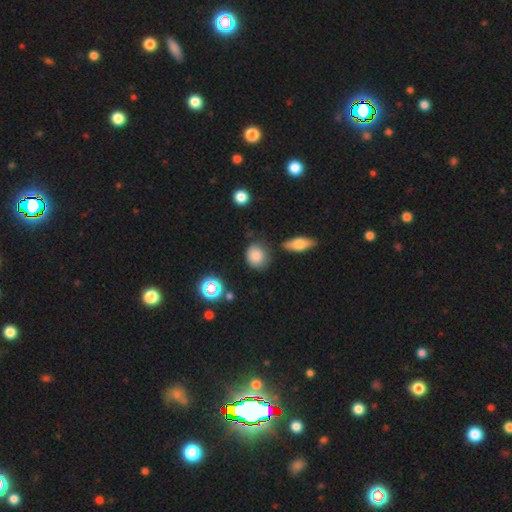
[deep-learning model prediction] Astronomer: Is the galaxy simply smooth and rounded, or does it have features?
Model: smooth — 80%.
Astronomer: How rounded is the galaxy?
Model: round — 70%.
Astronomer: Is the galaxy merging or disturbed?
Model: none — 73%.